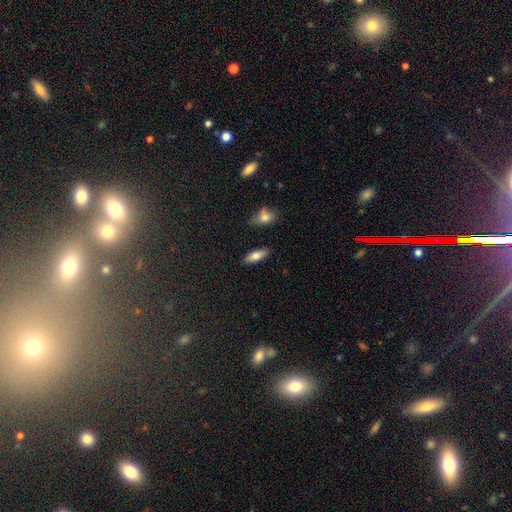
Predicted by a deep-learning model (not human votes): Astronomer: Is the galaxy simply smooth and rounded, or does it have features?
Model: smooth — 76%.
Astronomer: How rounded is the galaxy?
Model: in between — 70%.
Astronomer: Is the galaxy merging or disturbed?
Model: none — 85%.